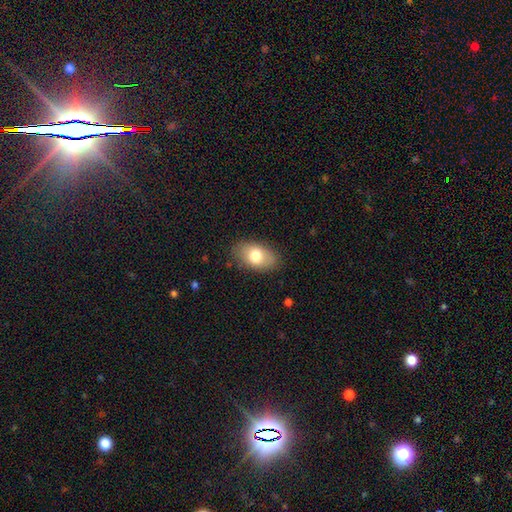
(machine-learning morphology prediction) The model was most divided on "smooth or featured": smooth: 76%, featured or disk: 17%, star or artifact: 7%. More confident: how rounded — in between (90%); merging — none (82%).